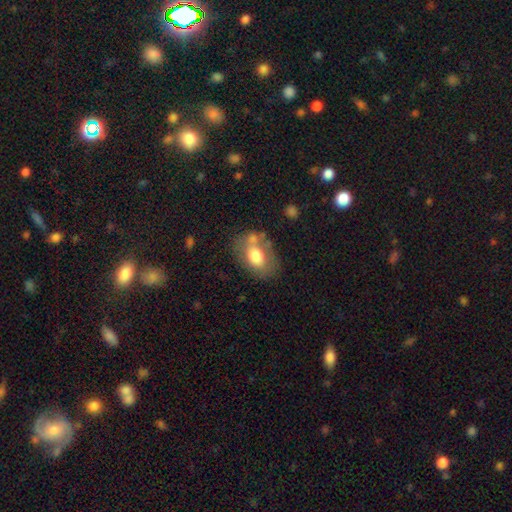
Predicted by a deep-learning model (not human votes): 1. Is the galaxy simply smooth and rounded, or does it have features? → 67% smooth, 25% featured or disk, 8% star or artifact.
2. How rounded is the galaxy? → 80% in between, 19% round, 1% cigar-shaped.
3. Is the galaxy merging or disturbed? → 54% none, 22% minor disturbance, 14% merger, 9% major disturbance.